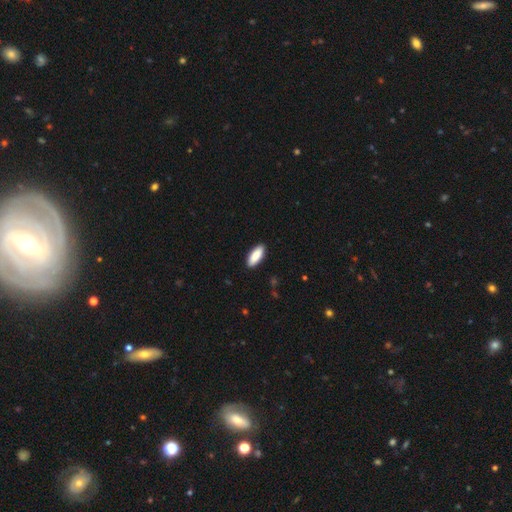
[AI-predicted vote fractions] Smooth or featured?
  - smooth: 89% *
  - featured or disk: 6%
  - star or artifact: 6%
How rounded?
  - in between: 76% *
  - cigar-shaped: 22%
  - round: 2%
Merging?
  - none: 90% *
  - minor disturbance: 7%
  - major disturbance: 2%
  - merger: 1%